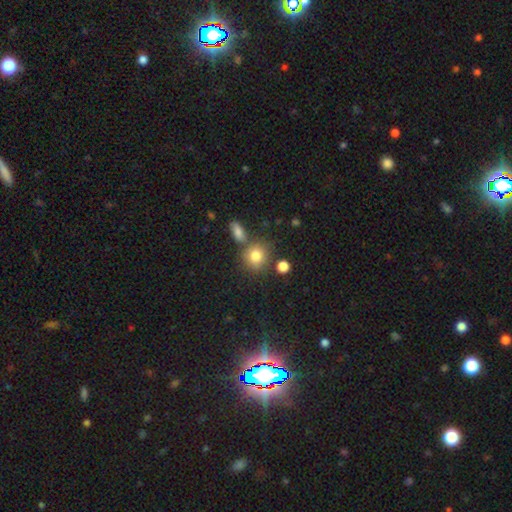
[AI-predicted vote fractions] The model was most divided on "merging": none: 68%, merger: 15%, minor disturbance: 13%, major disturbance: 4%. More confident: how rounded — round (82%); smooth or featured — smooth (79%).